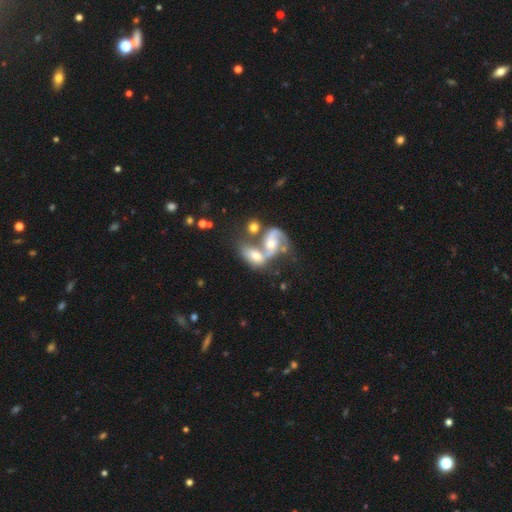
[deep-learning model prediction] Morphology: type=featured or disk (63%); edge-on=no (95%); bar=no (54%); spiral arms=yes (82%); bulge=moderate (59%); merging=merger (69%).